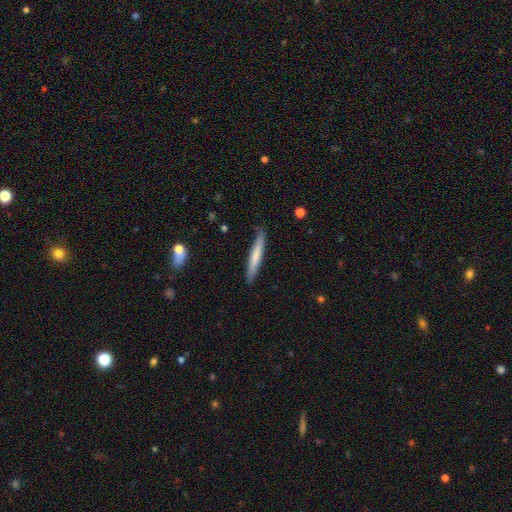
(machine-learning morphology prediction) Smooth or featured? Predicted: smooth (p=0.70). How rounded? Predicted: cigar-shaped (p=0.94). Merging? Predicted: none (p=0.88).